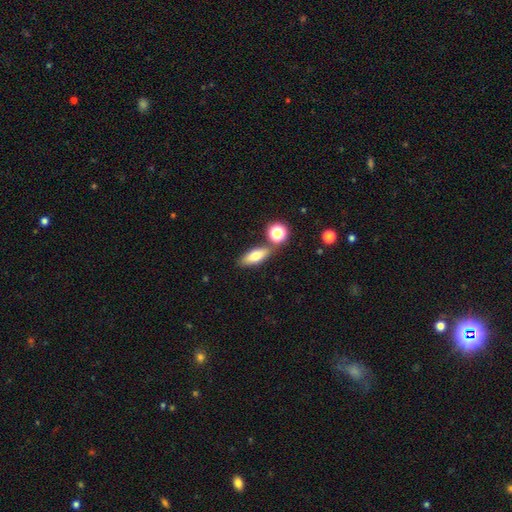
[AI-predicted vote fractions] A smooth galaxy with no disk features (71%) that is in between round and cigar-shaped (69%).

Vote fractions:
- Smooth or featured? smooth: 71% / featured or disk: 20% / star or artifact: 9%
- How rounded? in between: 69% / cigar-shaped: 25% / round: 6%
- Merging? none: 72% / merger: 12% / minor disturbance: 12% / major disturbance: 3%